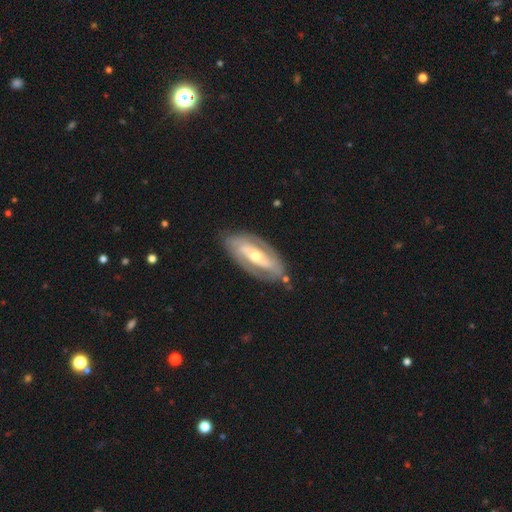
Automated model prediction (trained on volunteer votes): featured or disk 78%, smooth 17%, star or artifact 5%. Down the decision tree: edge-on disk — no (89%); bar — no (37%); spiral arms — yes (73%); spiral arm count — 2 (72%); spiral winding — tight (51%); bulge size — moderate (60%); merging — none (78%).